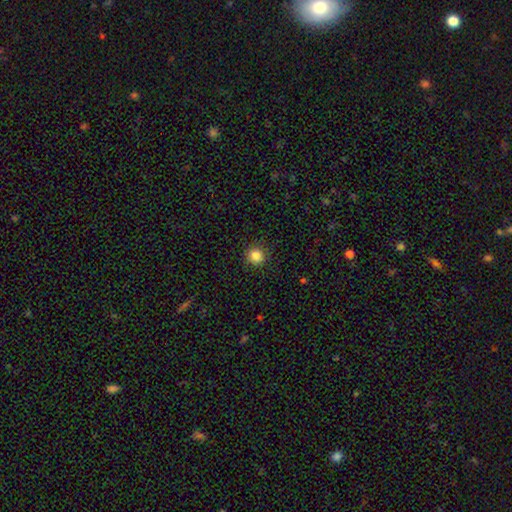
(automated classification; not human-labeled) Smooth or featured?
  - smooth: 85% *
  - star or artifact: 11%
  - featured or disk: 4%
How rounded?
  - round: 93% *
  - in between: 6%
  - cigar-shaped: 1%
Merging?
  - none: 90% *
  - minor disturbance: 7%
  - major disturbance: 2%
  - merger: 1%